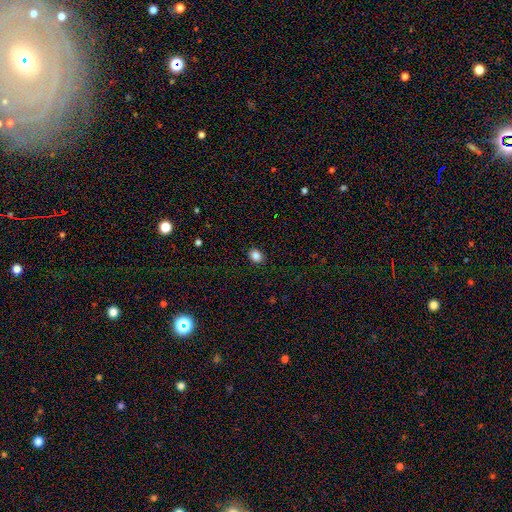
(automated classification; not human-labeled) smooth 86%, star or artifact 10%, featured or disk 4%. Down the decision tree: how rounded — round (59%); merging — none (90%).